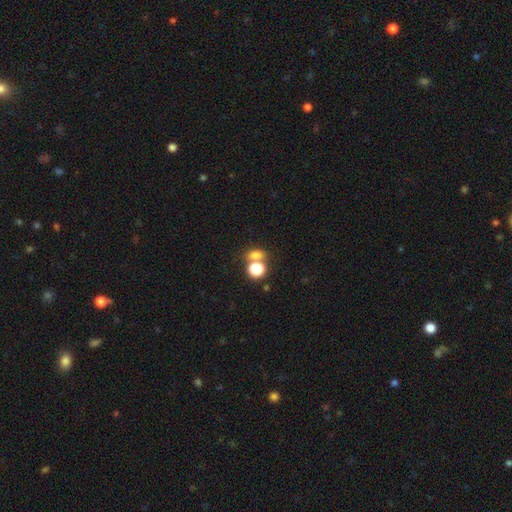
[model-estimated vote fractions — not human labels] Overall: smooth (71%). How rounded: in between (54%; round 44%). Merging: none (51%; merger 34%).